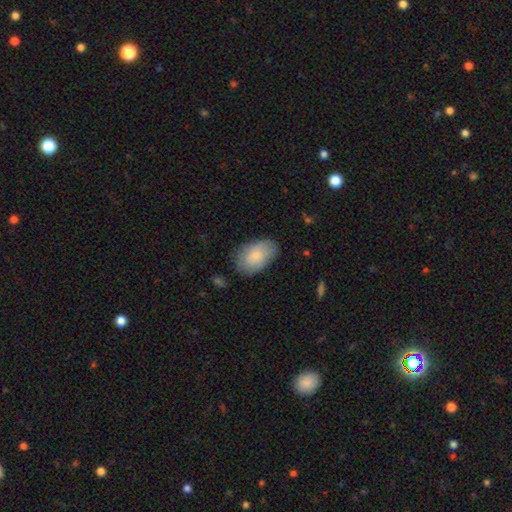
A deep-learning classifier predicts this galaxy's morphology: type=smooth (82%); roundness=in between (91%); merging=none (75%).